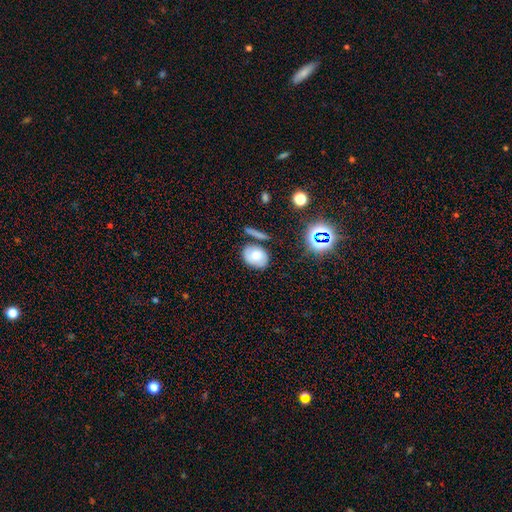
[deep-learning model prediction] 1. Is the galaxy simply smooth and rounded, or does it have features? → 69% smooth, 19% featured or disk, 12% star or artifact.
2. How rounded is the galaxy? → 68% in between, 30% round, 2% cigar-shaped.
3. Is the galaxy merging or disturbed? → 68% none, 17% minor disturbance, 10% merger, 5% major disturbance.